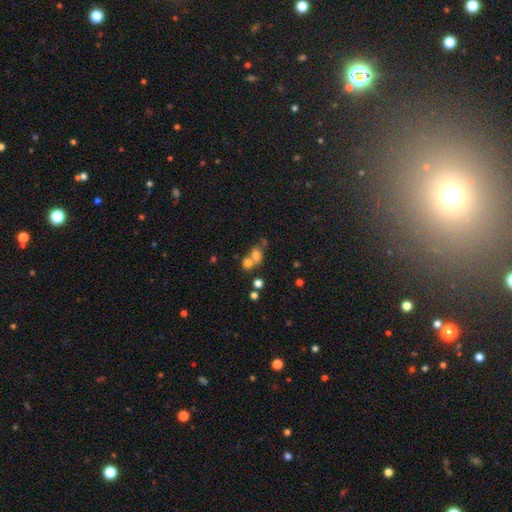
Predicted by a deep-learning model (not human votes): Q: Smooth or featured?
A: smooth (69%); runner-up: star or artifact (16%)
Q: How rounded?
A: round (51%); runner-up: in between (47%)
Q: Merging?
A: merger (56%); runner-up: none (32%)